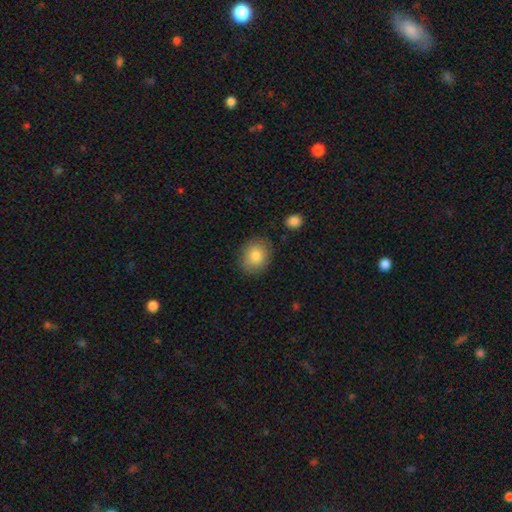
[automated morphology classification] Smooth or featured? smooth (83%)
How rounded? round (64%)
Merging? none (83%)